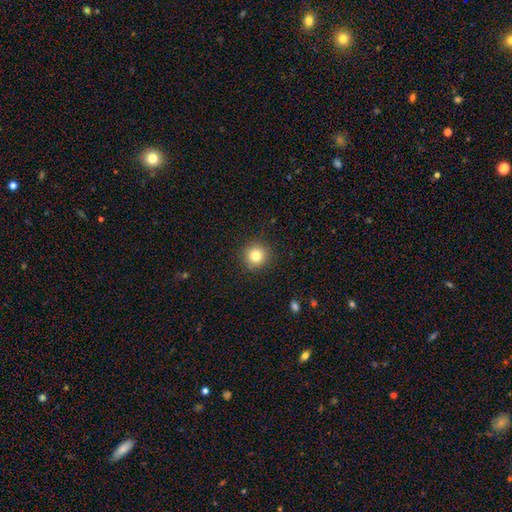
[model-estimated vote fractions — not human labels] Morphology: type=smooth (82%); roundness=round (93%); merging=none (90%).